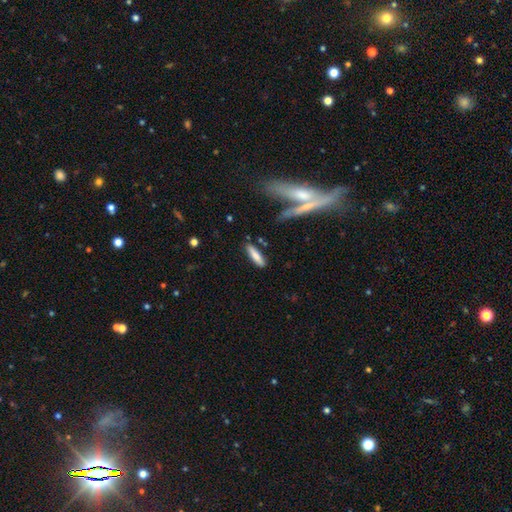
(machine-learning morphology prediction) smooth_or_featured: smooth (p=0.79) [alt: featured or disk p=0.16]
how_rounded: cigar-shaped (p=0.69) [alt: in between p=0.30]
merging: none (p=0.82) [alt: minor disturbance p=0.11]